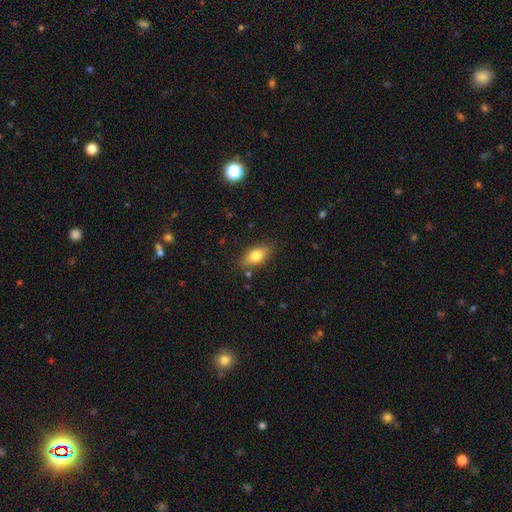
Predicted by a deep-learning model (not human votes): smooth 76%, featured or disk 17%, star or artifact 8%. Down the decision tree: how rounded — in between (84%); merging — none (81%).